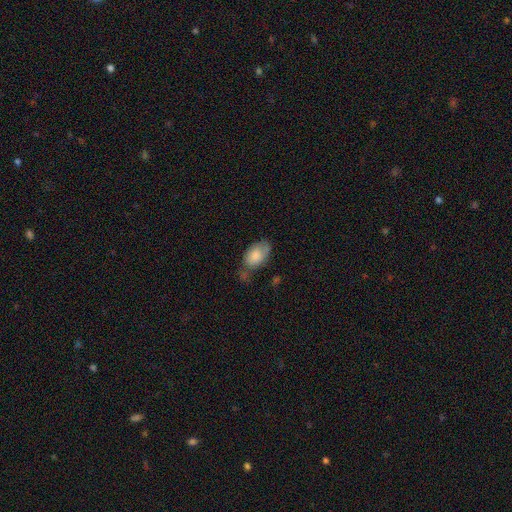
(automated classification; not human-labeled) The model was most divided on "merging": none: 43%, minor disturbance: 33%, major disturbance: 14%, merger: 10%. More confident: how rounded — in between (92%); smooth or featured — smooth (80%).